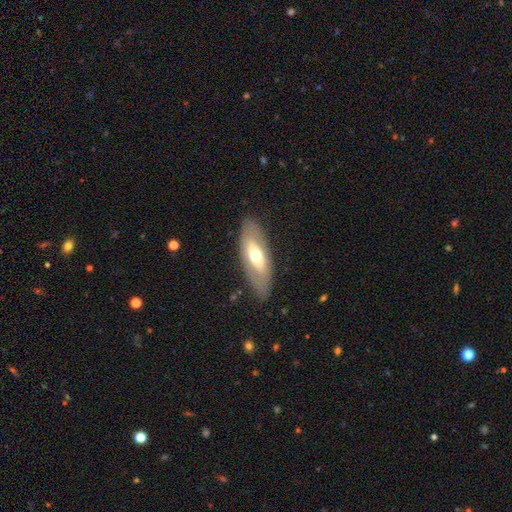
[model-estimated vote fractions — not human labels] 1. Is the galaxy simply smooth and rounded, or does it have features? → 50% featured or disk, 45% smooth, 6% star or artifact.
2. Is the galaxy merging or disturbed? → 82% none, 13% minor disturbance, 5% major disturbance, 1% merger.